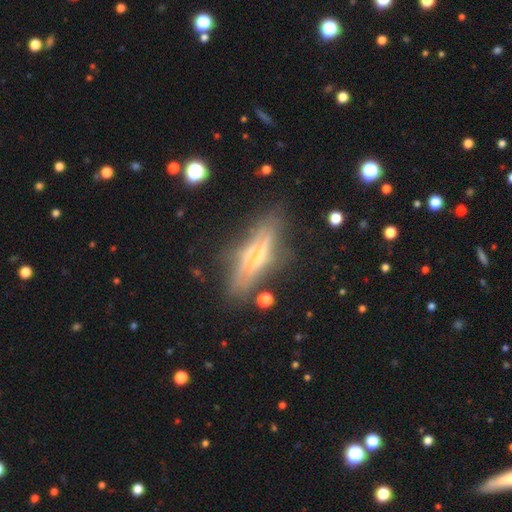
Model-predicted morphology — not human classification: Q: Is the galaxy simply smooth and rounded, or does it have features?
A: featured or disk — 67%.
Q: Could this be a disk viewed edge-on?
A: yes — 89%.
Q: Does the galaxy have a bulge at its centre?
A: rounded — 62%.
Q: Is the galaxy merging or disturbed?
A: none — 76%.